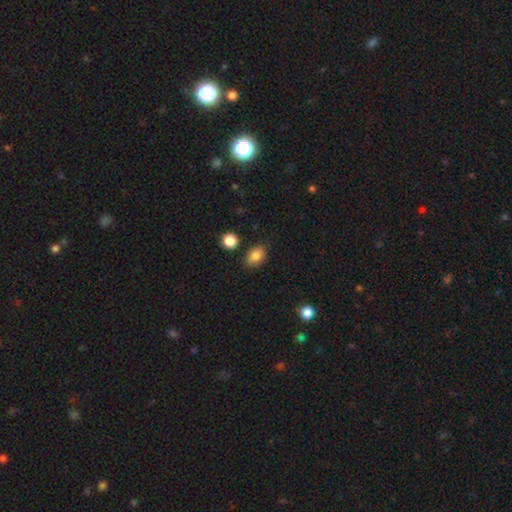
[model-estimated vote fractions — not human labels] Q: Smooth or featured?
A: smooth (85%); runner-up: star or artifact (9%)
Q: How rounded?
A: in between (81%); runner-up: round (18%)
Q: Merging?
A: none (83%); runner-up: minor disturbance (11%)